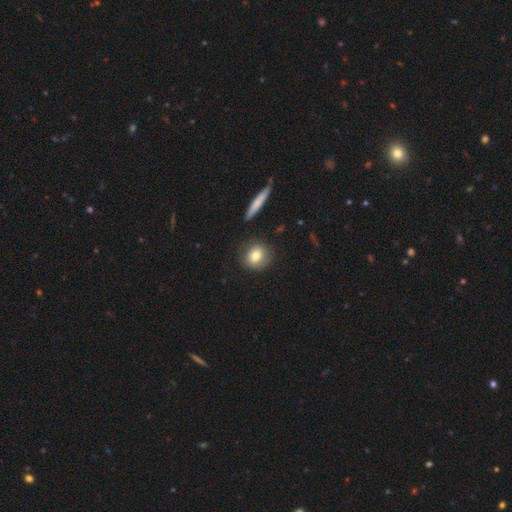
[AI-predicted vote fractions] A smooth galaxy with no disk features (78%) that is round (79%). Merging: none (83%).